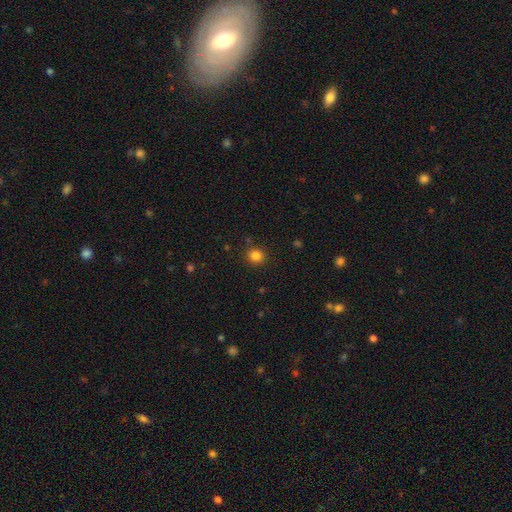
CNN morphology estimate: Overall: smooth (83%). How rounded: round (86%). Merging: none (88%).